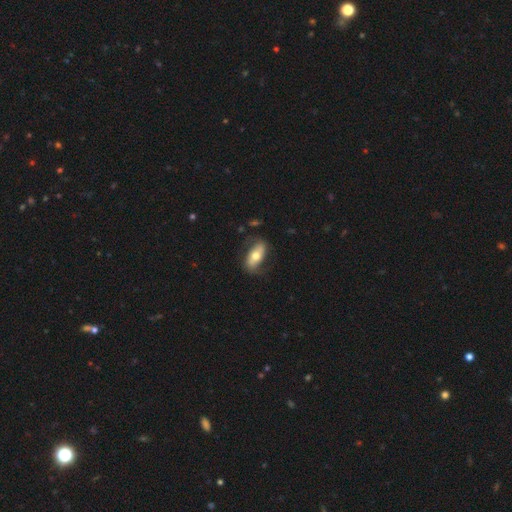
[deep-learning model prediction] This is possibly a smooth galaxy (53%). How rounded: clearly in between (82%). Merging: likely none (71%).